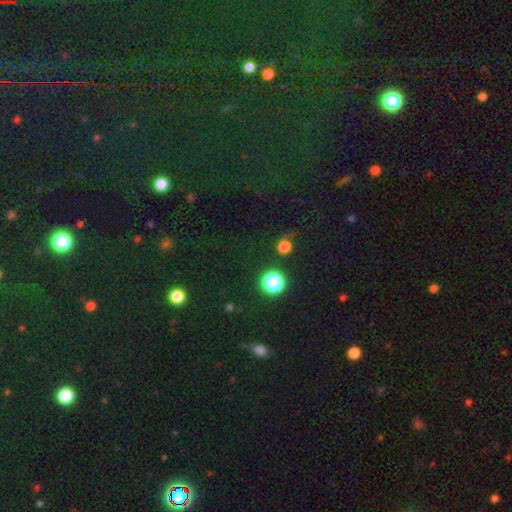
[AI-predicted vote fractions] Overall: star or artifact (73%).